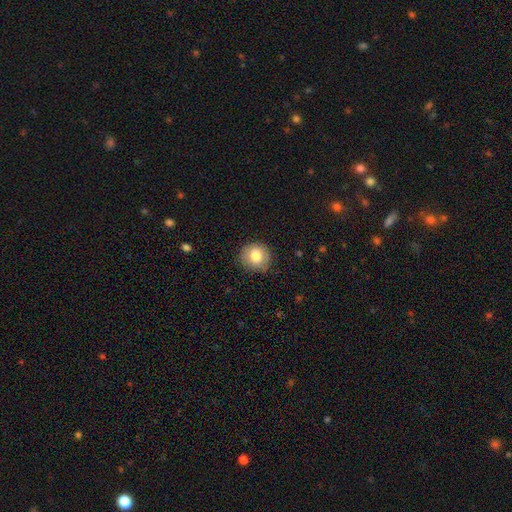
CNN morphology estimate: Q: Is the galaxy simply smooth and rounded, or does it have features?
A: smooth — 81%.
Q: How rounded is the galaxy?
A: round — 88%.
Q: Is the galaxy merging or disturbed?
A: none — 82%.